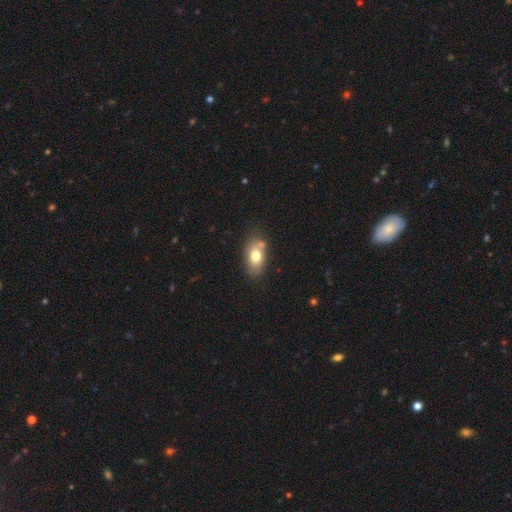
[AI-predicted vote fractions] A smooth galaxy with no disk features (74%) that is in between round and cigar-shaped (85%).

Vote fractions:
- Smooth or featured? smooth: 74% / featured or disk: 18% / star or artifact: 9%
- How rounded? in between: 85% / round: 11% / cigar-shaped: 4%
- Merging? none: 65% / minor disturbance: 18% / merger: 12% / major disturbance: 5%